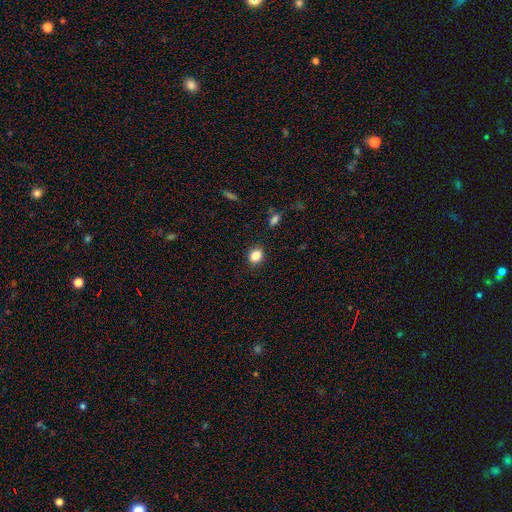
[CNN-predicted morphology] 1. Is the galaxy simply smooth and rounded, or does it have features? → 85% smooth, 10% star or artifact, 5% featured or disk.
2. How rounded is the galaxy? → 63% round, 36% in between, 1% cigar-shaped.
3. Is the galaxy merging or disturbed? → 89% none, 8% minor disturbance, 2% major disturbance, 1% merger.